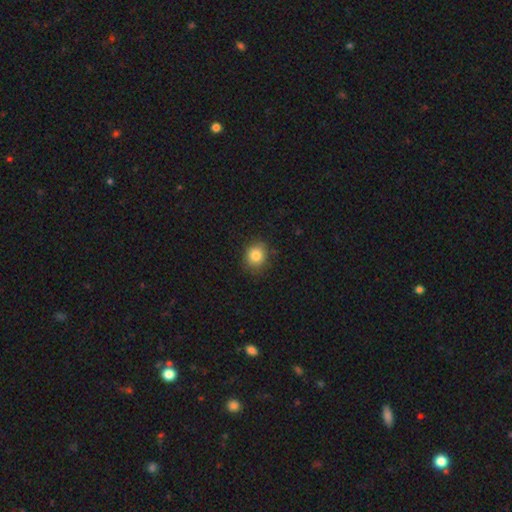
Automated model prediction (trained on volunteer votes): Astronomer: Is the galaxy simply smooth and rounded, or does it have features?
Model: smooth — 84%.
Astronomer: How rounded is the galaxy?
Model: round — 77%.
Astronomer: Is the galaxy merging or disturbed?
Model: none — 85%.